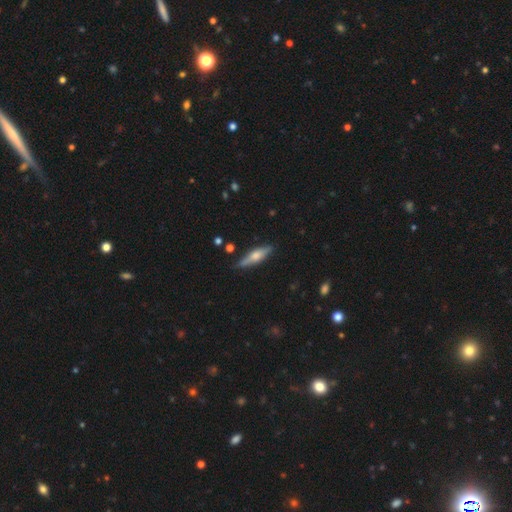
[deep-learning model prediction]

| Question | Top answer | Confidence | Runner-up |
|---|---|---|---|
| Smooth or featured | featured or disk | 52% | smooth (42%) |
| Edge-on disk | yes | 93% | no (7%) |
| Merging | none | 84% | minor disturbance (12%) |